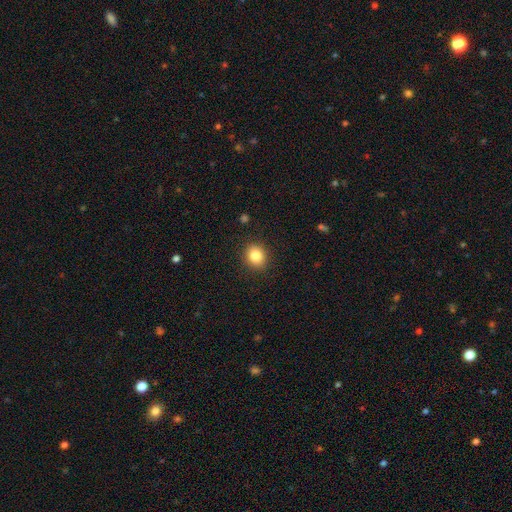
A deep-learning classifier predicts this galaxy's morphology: This is clearly a smooth galaxy (84%). How rounded: likely round (71%). Merging: clearly none (90%).